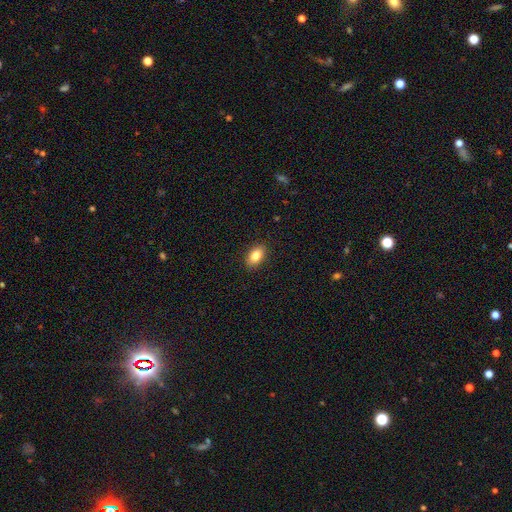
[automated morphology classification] A smooth galaxy with no disk features (83%) that is in between round and cigar-shaped (89%).

Vote fractions:
- Smooth or featured? smooth: 83% / featured or disk: 9% / star or artifact: 8%
- How rounded? in between: 89% / round: 9% / cigar-shaped: 2%
- Merging? none: 89% / minor disturbance: 8% / major disturbance: 2% / merger: 1%